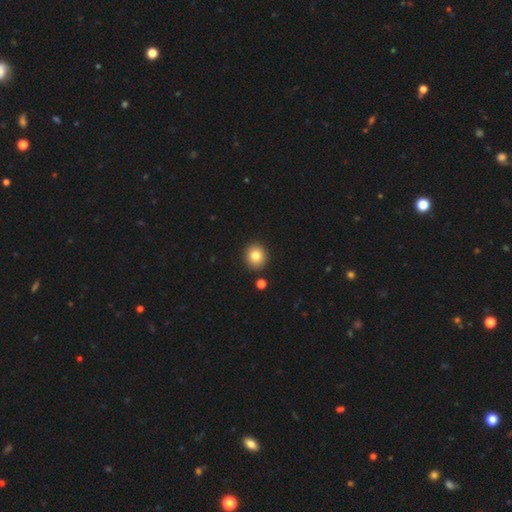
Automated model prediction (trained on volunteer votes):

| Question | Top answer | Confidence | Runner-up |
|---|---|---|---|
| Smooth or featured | smooth | 83% | star or artifact (10%) |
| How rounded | round | 86% | in between (13%) |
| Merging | none | 90% | minor disturbance (5%) |